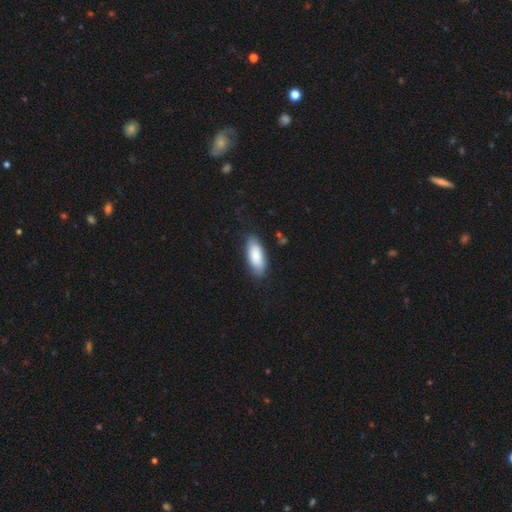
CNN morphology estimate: Q: Smooth or featured?
A: smooth (84%); runner-up: featured or disk (11%)
Q: How rounded?
A: in between (80%); runner-up: cigar-shaped (18%)
Q: Merging?
A: none (78%); runner-up: minor disturbance (17%)